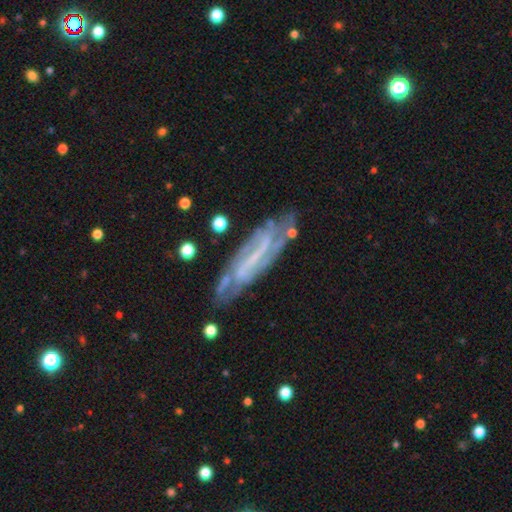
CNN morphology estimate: Smooth or featured? featured or disk (76%)
Edge-on disk? no (73%)
Bar? strong (48%)
Spiral arms? yes (81%)
Bulge size? none (49%)
Merging? none (67%)